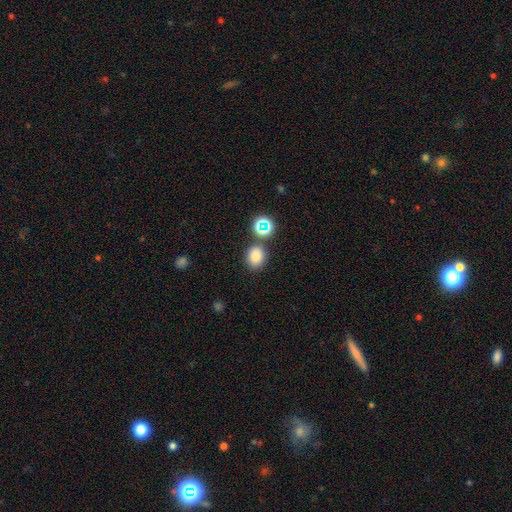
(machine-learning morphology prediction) Smooth or featured? smooth (78%)
How rounded? round (57%)
Merging? none (77%)